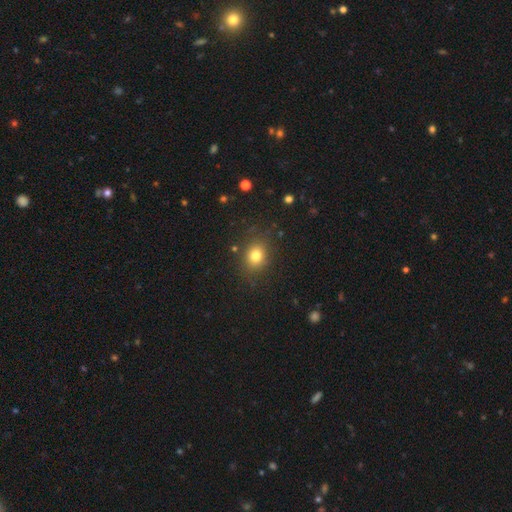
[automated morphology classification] Smooth or featured? smooth (79%)
How rounded? round (62%)
Merging? none (84%)